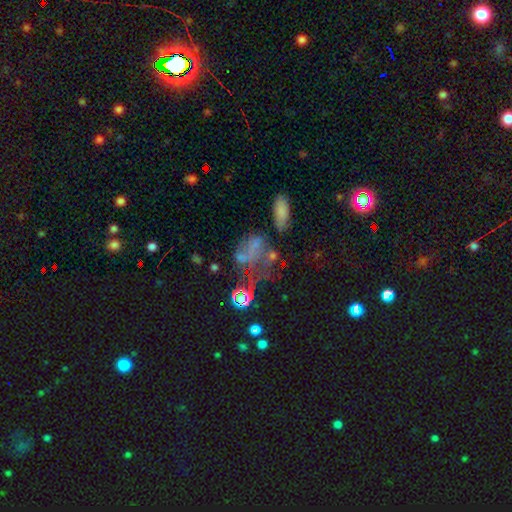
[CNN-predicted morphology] star or artifact 38%, featured or disk 34%, smooth 29%.